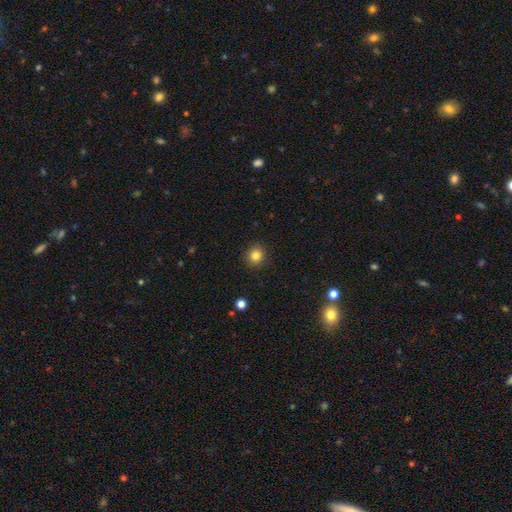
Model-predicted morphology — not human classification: Smooth or featured? smooth (82%)
How rounded? round (90%)
Merging? none (91%)